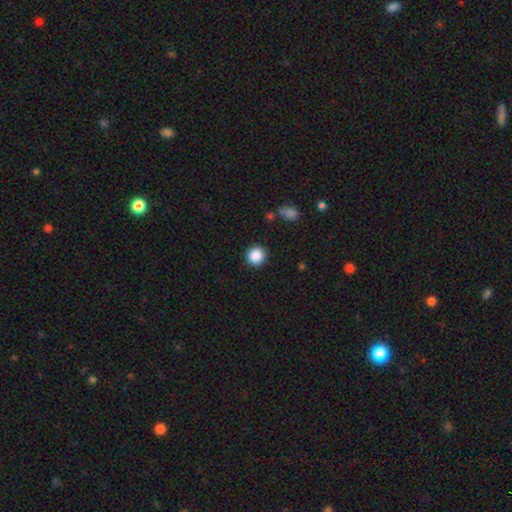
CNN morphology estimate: This is clearly a smooth galaxy (87%). How rounded: clearly round (94%). Merging: clearly none (90%).